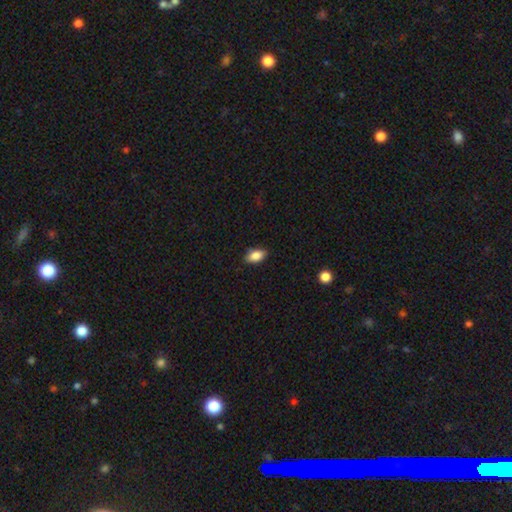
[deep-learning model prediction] smooth_or_featured: smooth (p=0.84) [alt: featured or disk p=0.08]
how_rounded: in between (p=0.90) [alt: round p=0.05]
merging: none (p=0.85) [alt: minor disturbance p=0.12]